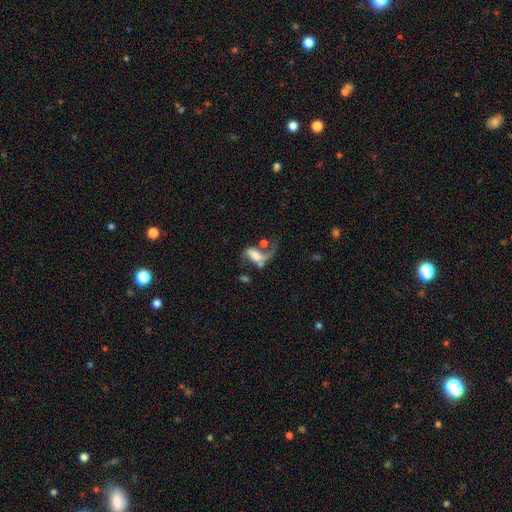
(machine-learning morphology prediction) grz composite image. It shows a featured or disk galaxy (53%). Merging: major disturbance (39%).